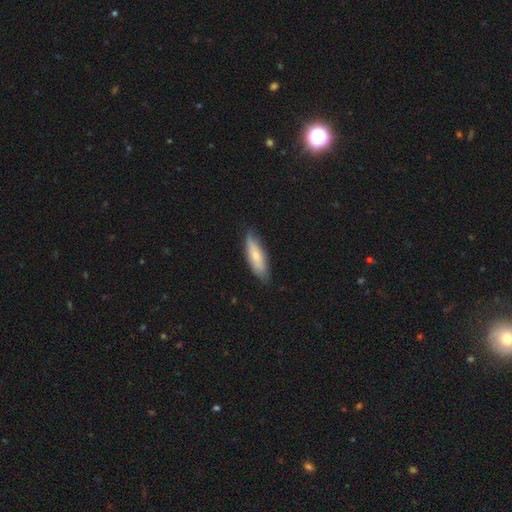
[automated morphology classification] smooth 66%, featured or disk 28%, star or artifact 6%. Down the decision tree: how rounded — cigar-shaped (53%); merging — none (72%).